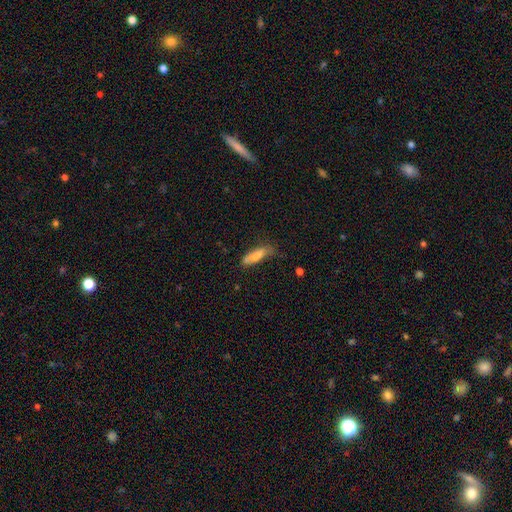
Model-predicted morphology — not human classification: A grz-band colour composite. It shows a smooth galaxy with no disk features (77%) that is cigar-shaped (54%). Merging: none (49%).